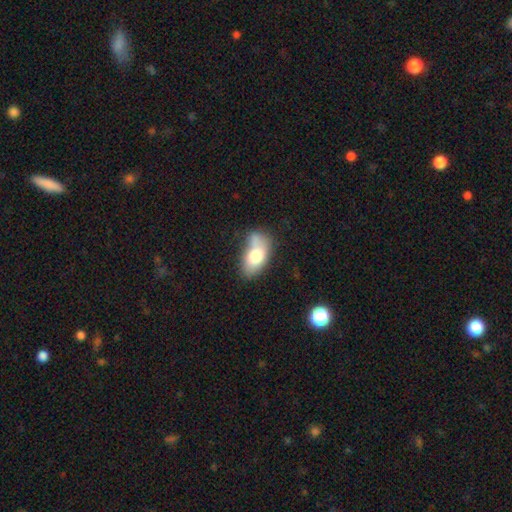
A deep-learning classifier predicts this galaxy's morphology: type=smooth (74%); roundness=in between (91%); merging=none (42%).